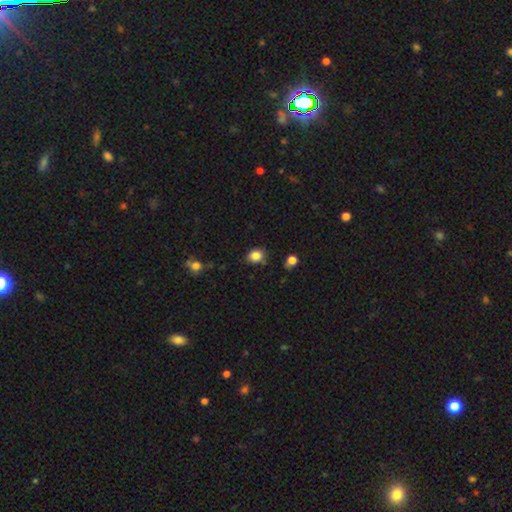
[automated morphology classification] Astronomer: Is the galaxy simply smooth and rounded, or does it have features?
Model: smooth — 84%.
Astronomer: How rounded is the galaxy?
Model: round — 57% (runner-up: in between, 42%).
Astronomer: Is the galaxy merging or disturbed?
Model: none — 78%.